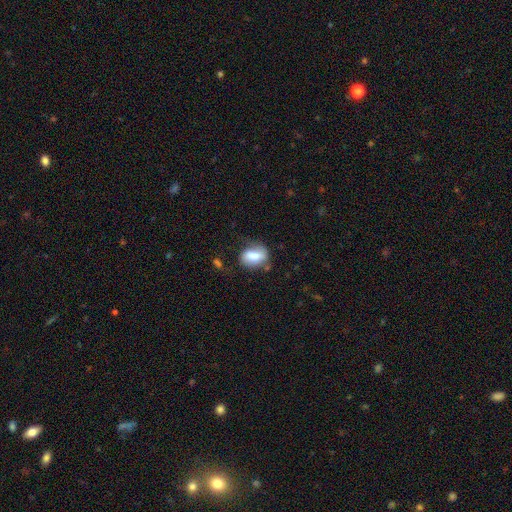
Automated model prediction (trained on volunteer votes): smooth-or-featured: smooth: 72% | featured or disk: 20% | star or artifact: 8%
  how-rounded: in between: 75% | round: 23% | cigar-shaped: 2%
  merging: none: 56% | minor disturbance: 28% | major disturbance: 11% | merger: 5%